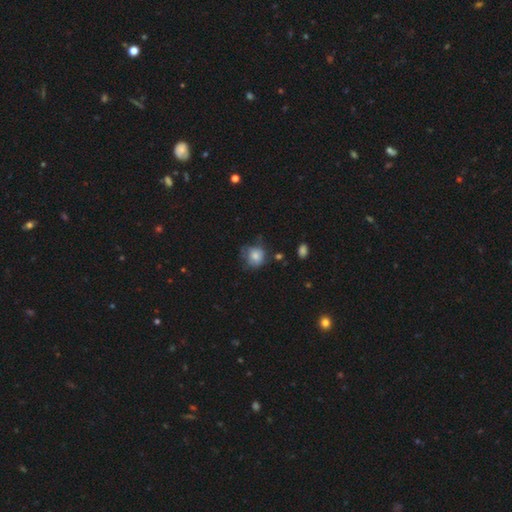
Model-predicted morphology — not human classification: The model was most divided on "merging": none: 50%, minor disturbance: 32%, major disturbance: 15%, merger: 3%. More confident: how rounded — round (77%); smooth or featured — smooth (75%).